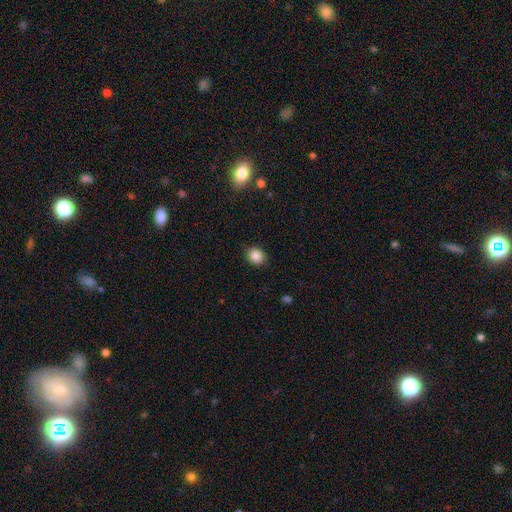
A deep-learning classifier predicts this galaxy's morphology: This is clearly a smooth galaxy (87%). How rounded: likely round (62%). Merging: clearly none (87%).